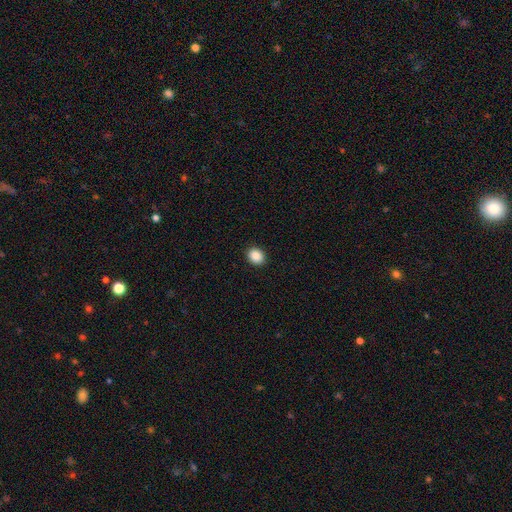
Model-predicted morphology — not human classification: smooth 88%, star or artifact 9%, featured or disk 3%. Down the decision tree: how rounded — round (56%); merging — none (92%).